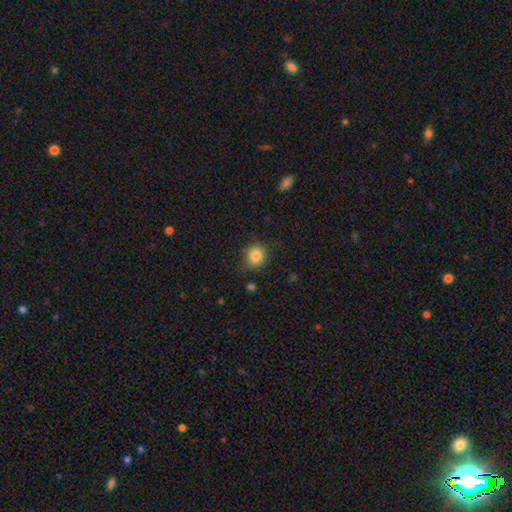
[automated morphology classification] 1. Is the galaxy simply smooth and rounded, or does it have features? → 83% smooth, 11% star or artifact, 6% featured or disk.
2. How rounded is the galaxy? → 82% round, 17% in between, 1% cigar-shaped.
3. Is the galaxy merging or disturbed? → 78% none, 16% minor disturbance, 4% major disturbance, 2% merger.